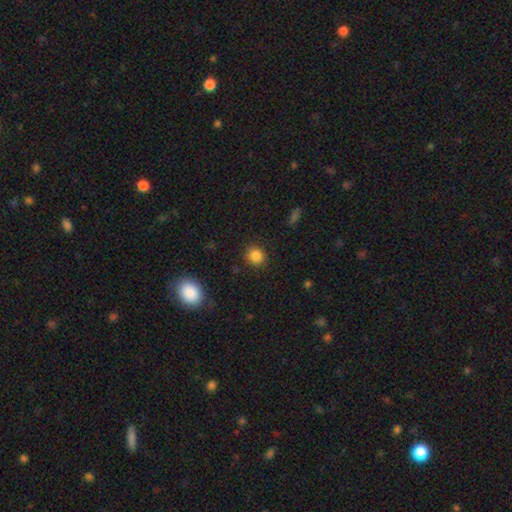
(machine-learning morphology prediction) Smooth or featured: smooth — 84% (star or artifact — 11%)
How rounded: round — 83% (in between — 16%)
Merging: none — 89% (minor disturbance — 8%)